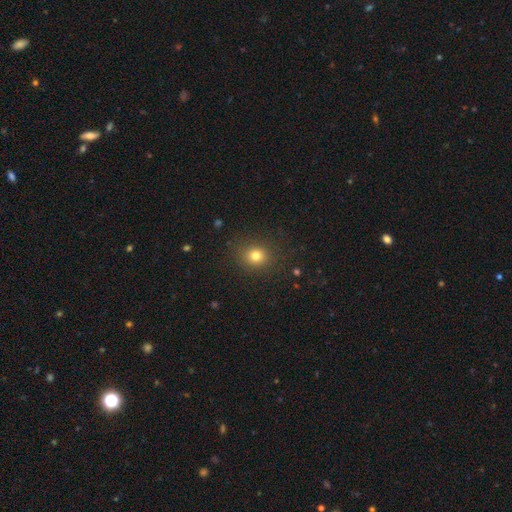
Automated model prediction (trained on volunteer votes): The model was most divided on "how rounded": round: 79%, in between: 20%, cigar-shaped: 1%. More confident: merging — none (87%); smooth or featured — smooth (78%).